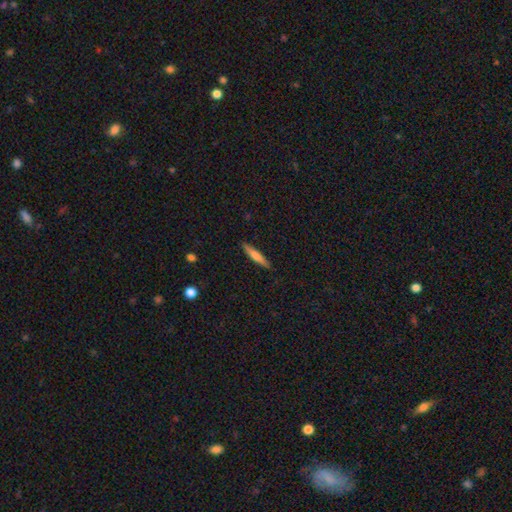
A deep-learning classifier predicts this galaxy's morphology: Overall: smooth (61%; featured or disk 33%). How rounded: cigar-shaped (91%). Merging: none (89%).